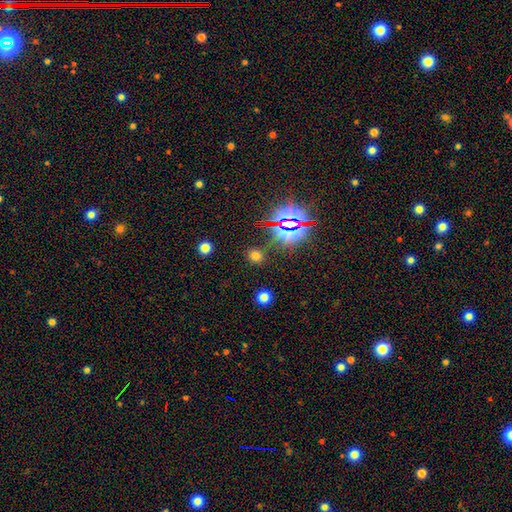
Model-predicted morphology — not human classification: Smooth or featured?
  - smooth: 59% *
  - star or artifact: 34%
  - featured or disk: 6%
How rounded?
  - round: 79% *
  - in between: 19%
  - cigar-shaped: 2%
Merging?
  - none: 83% *
  - minor disturbance: 9%
  - merger: 5%
  - major disturbance: 4%